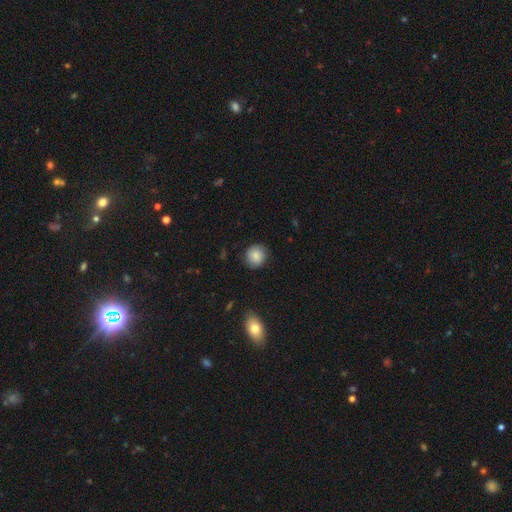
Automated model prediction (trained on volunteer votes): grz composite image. It shows a smooth galaxy with no disk features (85%) that is round (90%). Merging: none (87%).